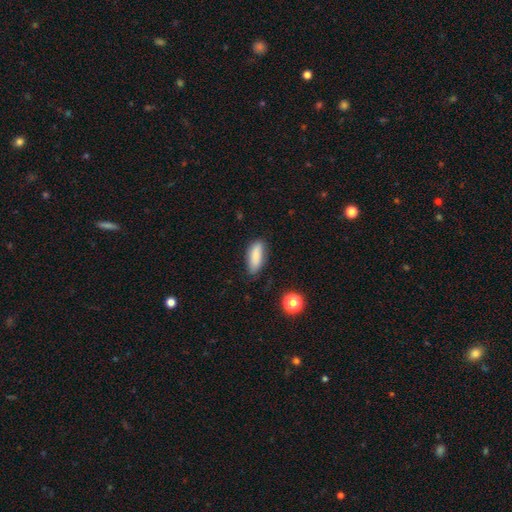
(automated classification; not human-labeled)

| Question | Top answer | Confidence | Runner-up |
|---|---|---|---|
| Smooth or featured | smooth | 83% | featured or disk (9%) |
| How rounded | in between | 70% | cigar-shaped (27%) |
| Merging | none | 76% | minor disturbance (18%) |